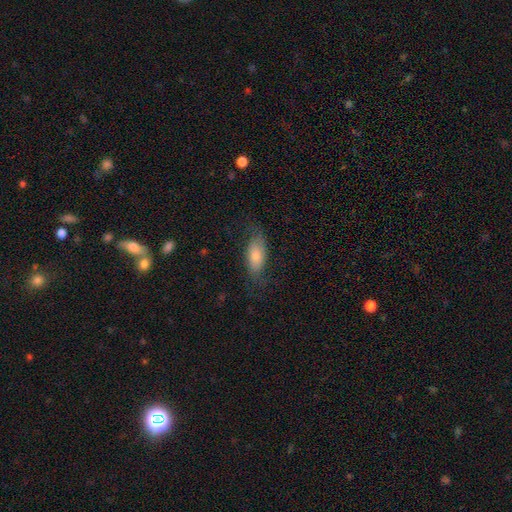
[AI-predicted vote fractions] Smooth or featured? smooth (63%)
How rounded? in between (81%)
Merging? none (65%)